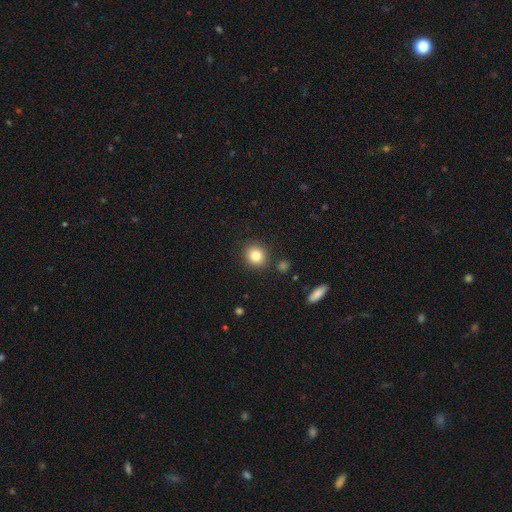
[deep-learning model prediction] The model was most divided on "how rounded": round: 82%, in between: 17%, cigar-shaped: 1%. More confident: merging — none (87%); smooth or featured — smooth (83%).